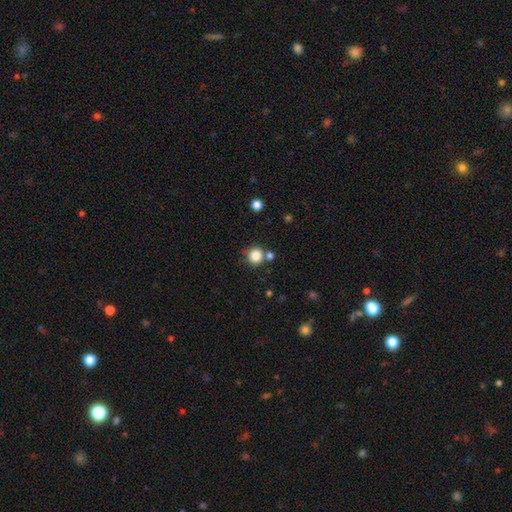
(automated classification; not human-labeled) smooth 84%, star or artifact 12%, featured or disk 5%. Down the decision tree: how rounded — round (93%); merging — none (74%).